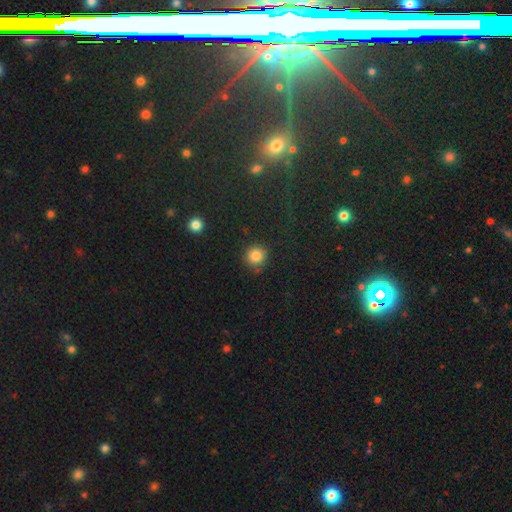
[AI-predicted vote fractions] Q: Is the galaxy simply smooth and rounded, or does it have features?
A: smooth — 85%.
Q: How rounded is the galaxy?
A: round — 93%.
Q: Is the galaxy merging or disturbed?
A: none — 83%.